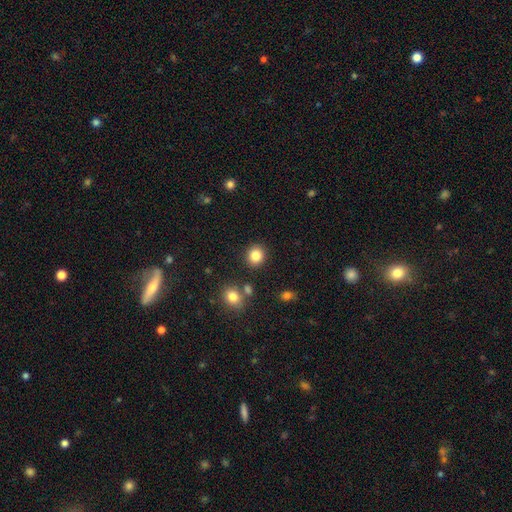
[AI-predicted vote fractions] Morphology: type=smooth (84%); roundness=round (84%); merging=none (87%).